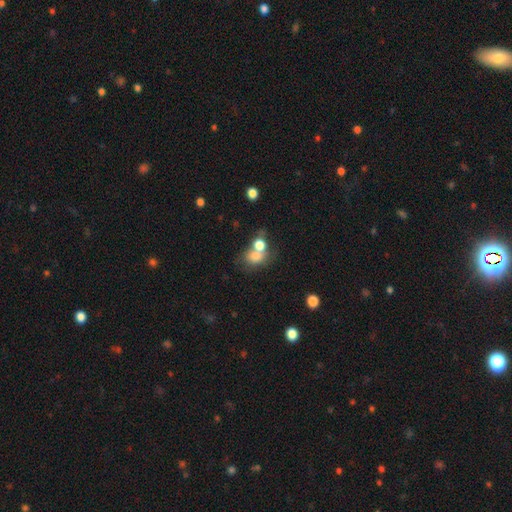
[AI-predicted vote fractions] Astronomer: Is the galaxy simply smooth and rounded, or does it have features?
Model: smooth — 73%.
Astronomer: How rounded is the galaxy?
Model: in between — 51% (runner-up: round, 47%).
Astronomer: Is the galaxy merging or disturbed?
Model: merger — 54% (runner-up: none, 30%).